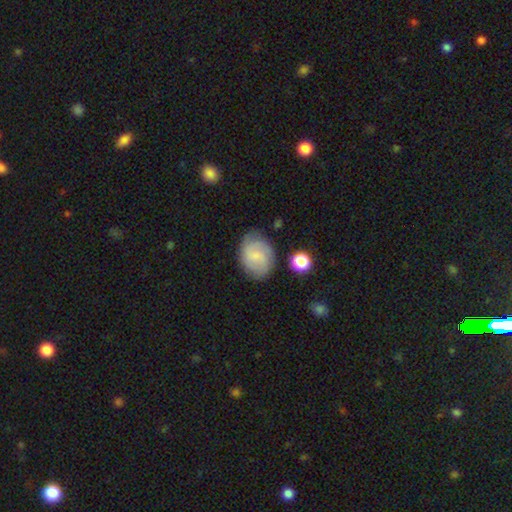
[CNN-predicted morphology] Smooth or featured: smooth — 50% (featured or disk — 42%)
Merging: none — 73% (minor disturbance — 19%)